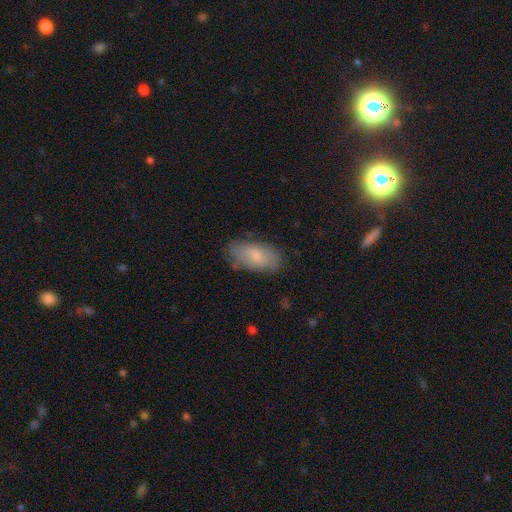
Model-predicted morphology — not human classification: This is likely a smooth galaxy (69%). How rounded: clearly in between (92%). Merging: likely none (75%).